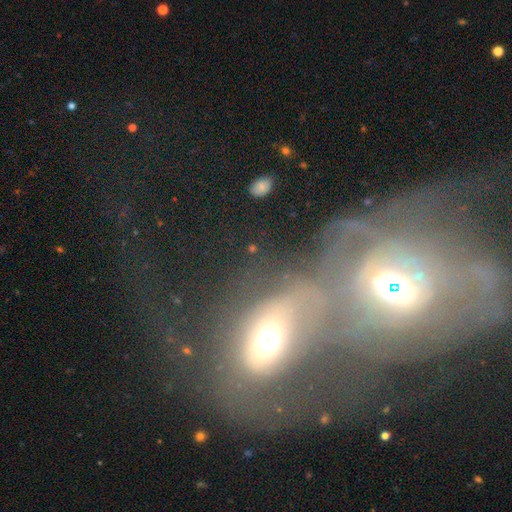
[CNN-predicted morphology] This appears to be a featured or disk galaxy (56%) with no bar (67%), no spiral arms (57%) and a moderate central bulge (54%). Merging: merger (79%).